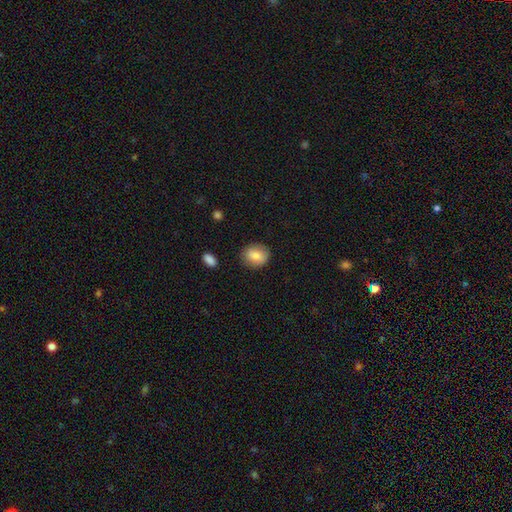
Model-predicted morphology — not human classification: Smooth or featured: smooth — 80% (featured or disk — 12%)
How rounded: round — 64% (in between — 35%)
Merging: none — 84% (minor disturbance — 12%)